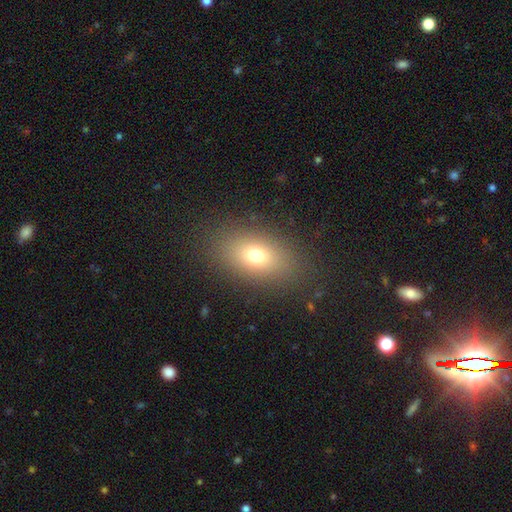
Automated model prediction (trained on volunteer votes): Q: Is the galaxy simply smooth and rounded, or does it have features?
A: smooth — 72%.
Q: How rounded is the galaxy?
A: in between — 84%.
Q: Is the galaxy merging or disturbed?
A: none — 85%.